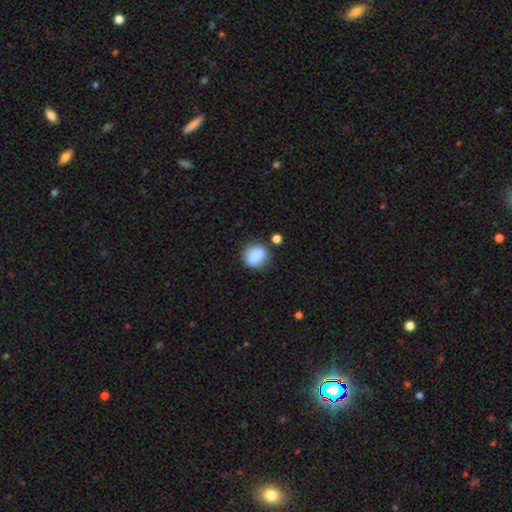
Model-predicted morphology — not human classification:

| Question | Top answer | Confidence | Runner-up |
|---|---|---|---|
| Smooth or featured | smooth | 86% | star or artifact (8%) |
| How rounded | round | 59% | in between (39%) |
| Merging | none | 75% | minor disturbance (14%) |